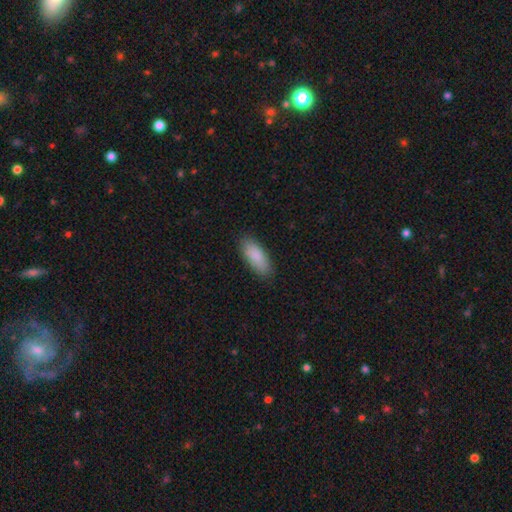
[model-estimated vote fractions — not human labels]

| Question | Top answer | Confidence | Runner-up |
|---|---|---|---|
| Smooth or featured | smooth | 88% | star or artifact (6%) |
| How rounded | in between | 79% | cigar-shaped (19%) |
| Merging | none | 87% | minor disturbance (10%) |